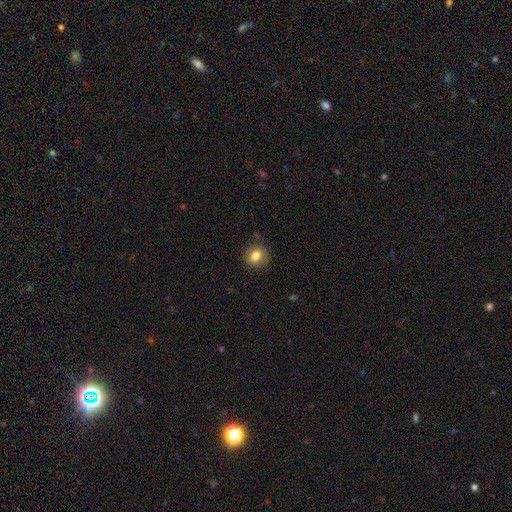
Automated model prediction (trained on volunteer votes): A smooth galaxy with no disk features (79%) that is round (80%).

Vote fractions:
- Smooth or featured? smooth: 79% / featured or disk: 11% / star or artifact: 10%
- How rounded? round: 80% / in between: 20% / cigar-shaped: 1%
- Merging? none: 84% / minor disturbance: 11% / major disturbance: 3% / merger: 1%